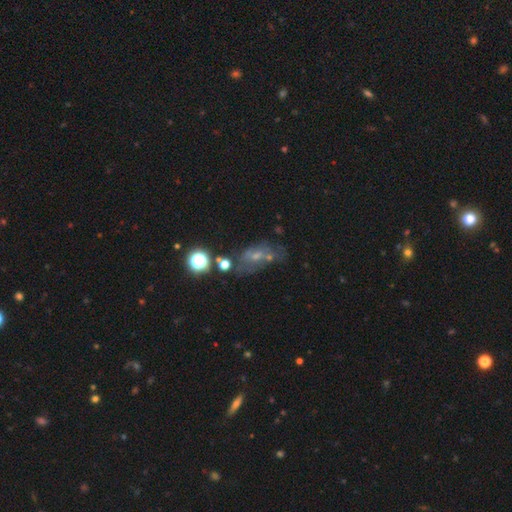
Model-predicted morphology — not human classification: Q: Smooth or featured?
A: featured or disk (39%); runner-up: star or artifact (33%)
Q: Merging?
A: none (45%); runner-up: minor disturbance (19%)